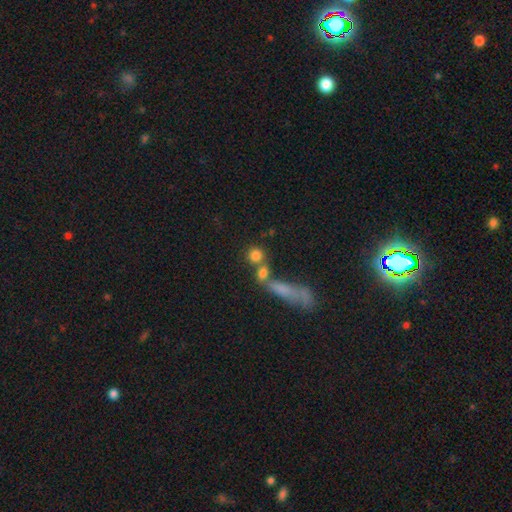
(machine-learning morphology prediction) The model was most divided on "merging": none: 55%, merger: 30%, minor disturbance: 9%, major disturbance: 6%. More confident: how rounded — round (78%); smooth or featured — smooth (78%).